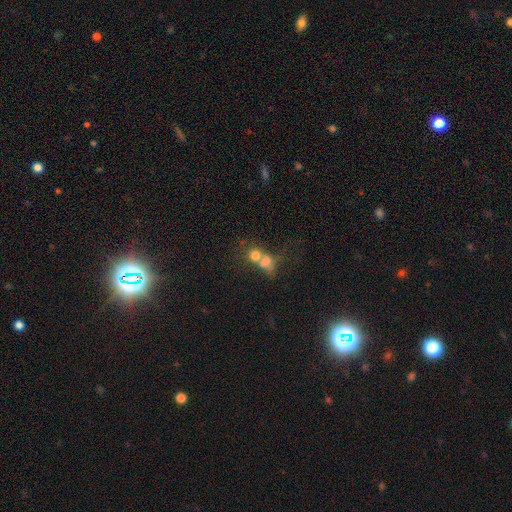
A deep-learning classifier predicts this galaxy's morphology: Smooth or featured: smooth — 67% (featured or disk — 21%)
How rounded: round — 66% (in between — 31%)
Merging: merger — 67% (none — 21%)